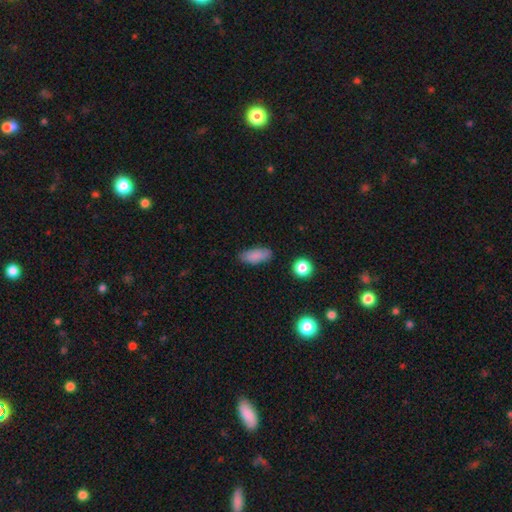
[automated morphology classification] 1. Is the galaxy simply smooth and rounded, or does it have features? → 84% smooth, 8% star or artifact, 8% featured or disk.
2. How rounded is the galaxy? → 83% in between, 14% cigar-shaped, 3% round.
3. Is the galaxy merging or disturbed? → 78% none, 17% minor disturbance, 3% major disturbance, 2% merger.